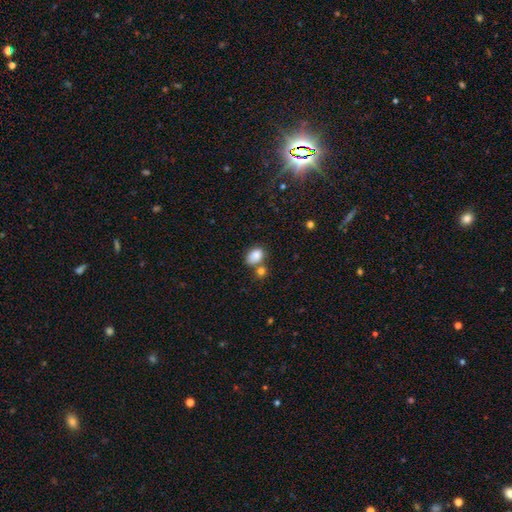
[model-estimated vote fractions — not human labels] Smooth or featured: smooth — 84% (star or artifact — 9%)
How rounded: in between — 78% (round — 21%)
Merging: none — 52% (merger — 27%)